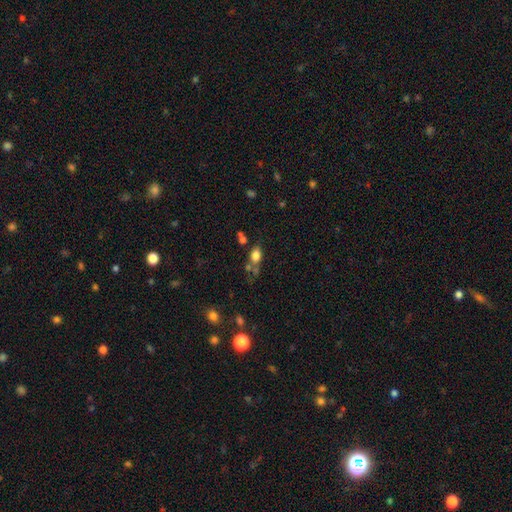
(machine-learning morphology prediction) type=smooth (77%); roundness=in between (78%); merging=none (52%).